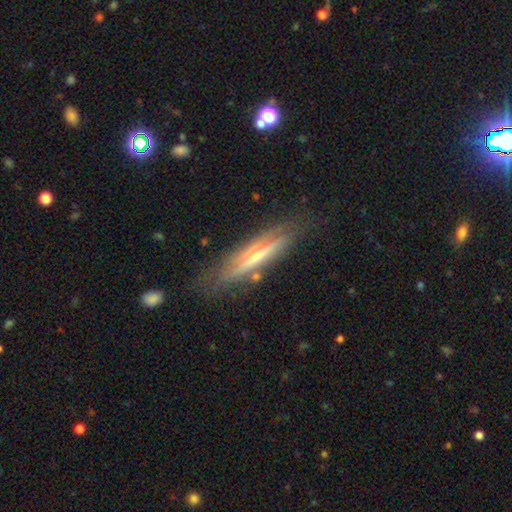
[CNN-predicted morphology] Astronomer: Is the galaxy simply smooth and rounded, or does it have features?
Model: featured or disk — 66%.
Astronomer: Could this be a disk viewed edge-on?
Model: yes — 90%.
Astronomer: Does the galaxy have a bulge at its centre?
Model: rounded — 51% (runner-up: none, 38%).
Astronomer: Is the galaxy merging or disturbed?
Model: none — 75%.